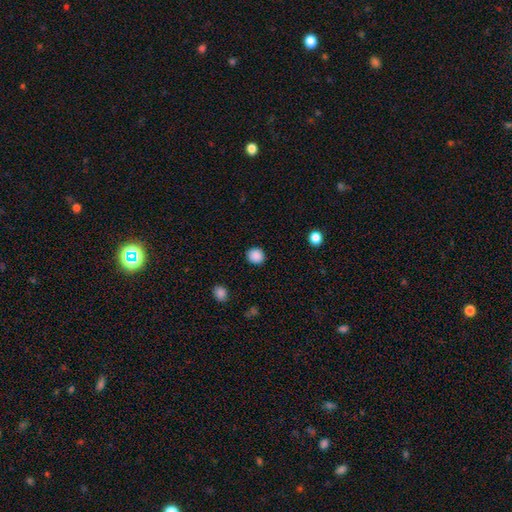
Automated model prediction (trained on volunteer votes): Q: Smooth or featured?
A: smooth (88%); runner-up: star or artifact (10%)
Q: How rounded?
A: round (88%); runner-up: in between (12%)
Q: Merging?
A: none (91%); runner-up: minor disturbance (6%)